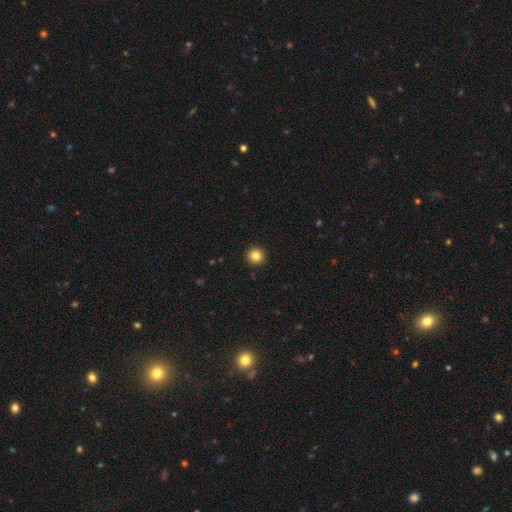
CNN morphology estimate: A smooth galaxy with no disk features (84%) that is round (95%). Merging: none (93%).